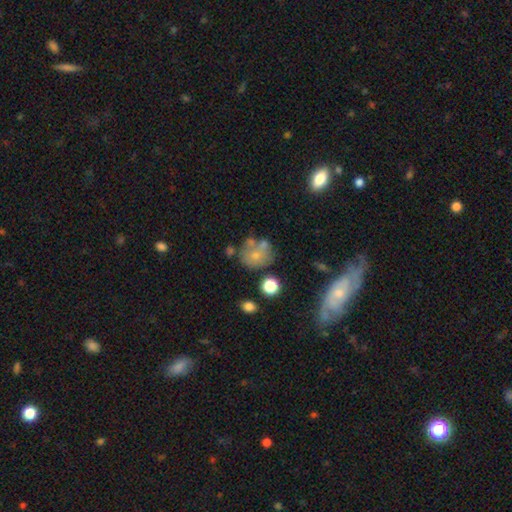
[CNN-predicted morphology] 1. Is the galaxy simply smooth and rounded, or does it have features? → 61% smooth, 27% featured or disk, 12% star or artifact.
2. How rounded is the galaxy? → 67% round, 32% in between, 1% cigar-shaped.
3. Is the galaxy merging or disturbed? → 43% none, 27% merger, 18% minor disturbance, 12% major disturbance.